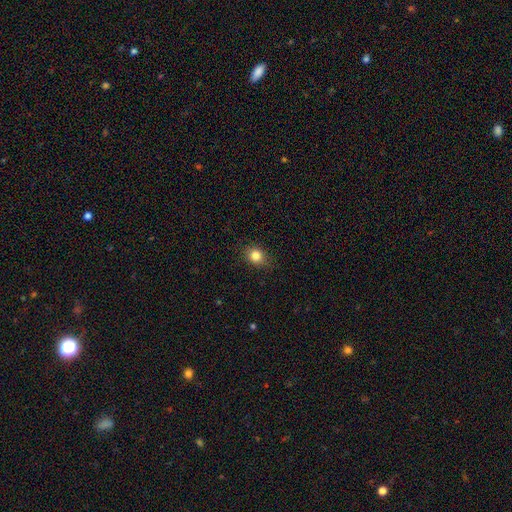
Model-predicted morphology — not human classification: Smooth or featured? smooth (83%)
How rounded? round (65%)
Merging? none (84%)